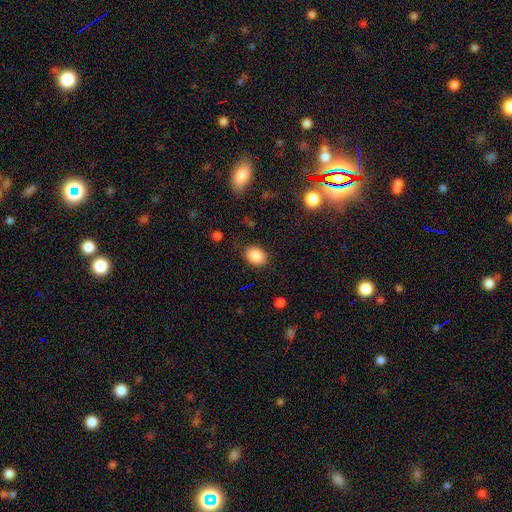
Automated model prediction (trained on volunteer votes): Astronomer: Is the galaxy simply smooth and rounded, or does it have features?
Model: smooth — 86%.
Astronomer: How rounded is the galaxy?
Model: in between — 63%.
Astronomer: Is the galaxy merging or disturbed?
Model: none — 81%.